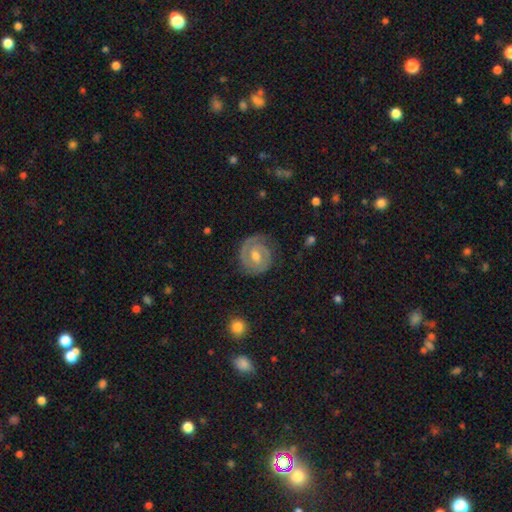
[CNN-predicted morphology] The model was most divided on "bar": weak: 46%, no: 41%, strong: 13%. More confident: edge-on disk — no (98%); spiral arms — yes (94%); smooth or featured — featured or disk (83%); merging — none (82%); spiral arm count — 2 (76%); spiral winding — tight (71%); bulge size — moderate (69%).